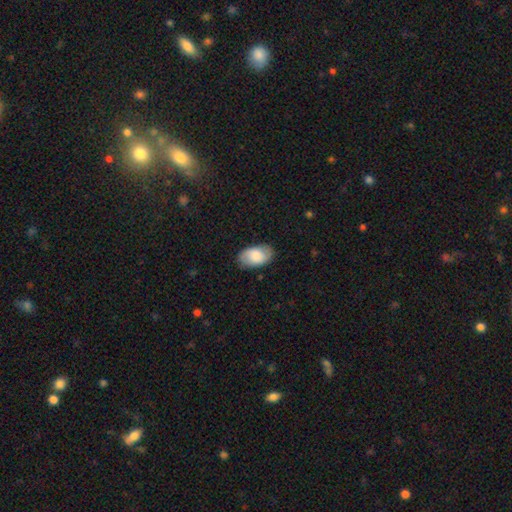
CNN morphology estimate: A smooth galaxy with no disk features (74%) that is in between round and cigar-shaped (94%).

Vote fractions:
- Smooth or featured? smooth: 74% / featured or disk: 20% / star or artifact: 6%
- How rounded? in between: 94% / round: 4% / cigar-shaped: 1%
- Merging? none: 82% / minor disturbance: 14% / major disturbance: 3% / merger: 1%